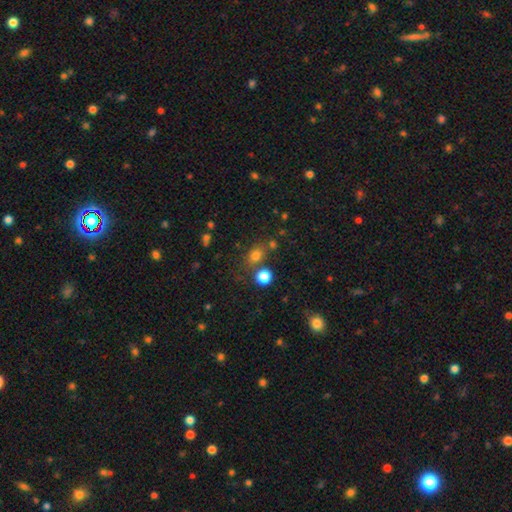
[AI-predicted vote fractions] Smooth or featured? smooth (75%)
How rounded? round (57%)
Merging? none (67%)